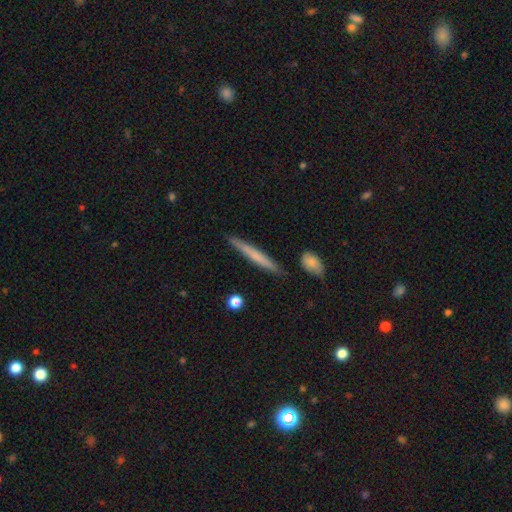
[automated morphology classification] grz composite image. It shows a smooth galaxy with no disk features (59%) that is cigar-shaped (96%). Merging: none (86%).